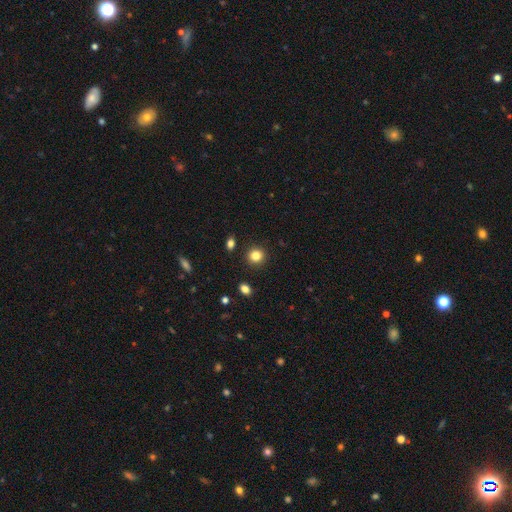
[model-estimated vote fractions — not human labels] smooth_or_featured: smooth (p=0.84) [alt: star or artifact p=0.12]
how_rounded: round (p=0.89) [alt: in between p=0.10]
merging: none (p=0.91) [alt: minor disturbance p=0.06]